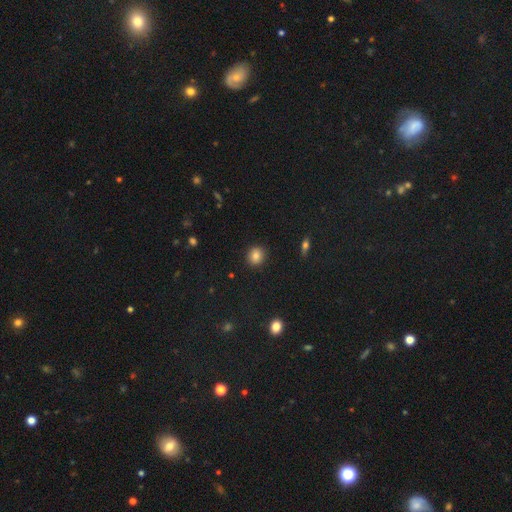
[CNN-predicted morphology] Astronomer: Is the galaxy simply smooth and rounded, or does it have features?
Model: smooth — 83%.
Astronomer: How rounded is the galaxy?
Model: round — 82%.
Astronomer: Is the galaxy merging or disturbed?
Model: none — 90%.